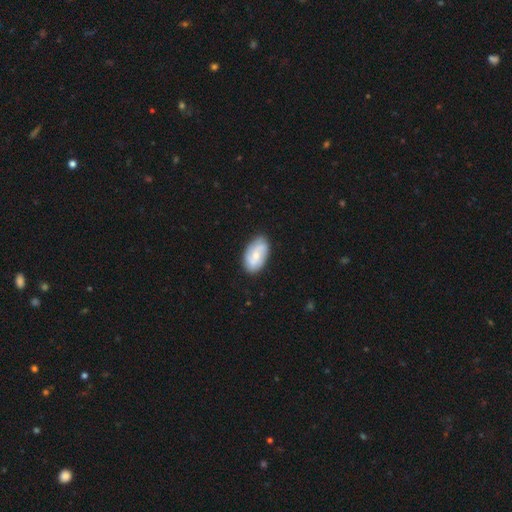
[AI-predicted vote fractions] This is possibly a featured or disk galaxy (50%). Merging: likely none (76%).